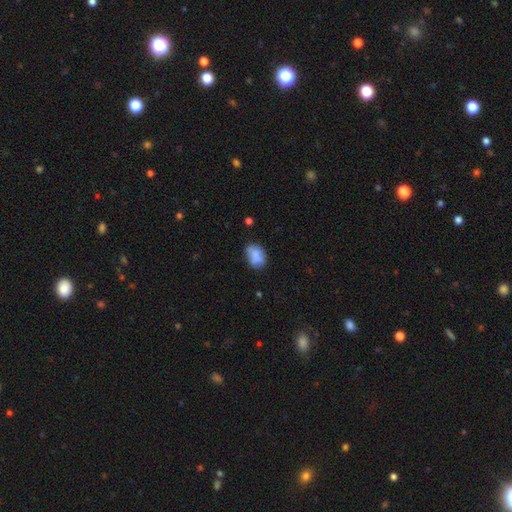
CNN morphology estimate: This appears to be a smooth galaxy with no disk features (78%) that is in between round and cigar-shaped (75%). Merging: none (58%).